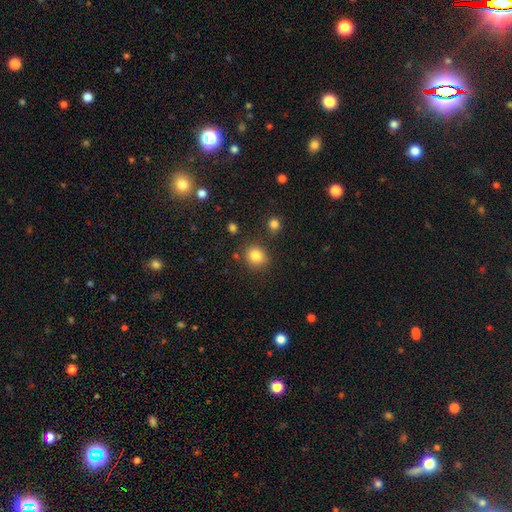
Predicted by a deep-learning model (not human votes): Smooth or featured? Predicted: smooth (p=0.84). How rounded? Predicted: round (p=0.78). Merging? Predicted: none (p=0.82).